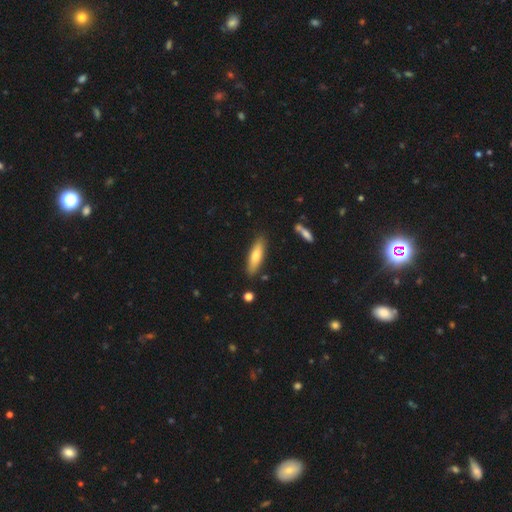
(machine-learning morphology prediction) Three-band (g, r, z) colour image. It shows a smooth galaxy with no disk features (70%) that is cigar-shaped (66%). Merging: none (85%).